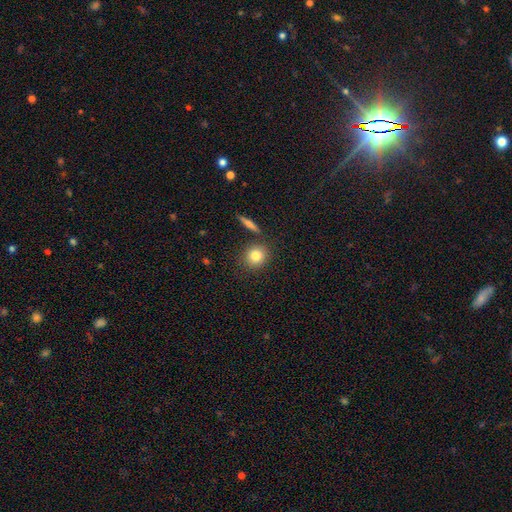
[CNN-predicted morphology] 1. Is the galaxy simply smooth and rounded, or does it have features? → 81% smooth, 9% featured or disk, 9% star or artifact.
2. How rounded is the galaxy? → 83% round, 15% in between, 2% cigar-shaped.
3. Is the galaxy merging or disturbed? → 81% none, 9% minor disturbance, 7% merger, 3% major disturbance.